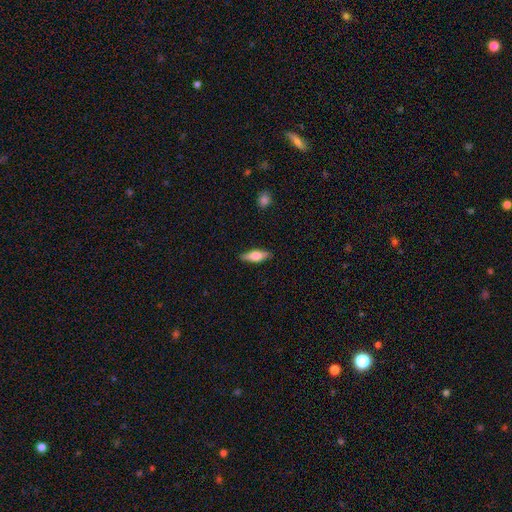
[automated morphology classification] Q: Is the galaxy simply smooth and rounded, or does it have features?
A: smooth — 56%.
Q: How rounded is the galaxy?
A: in between — 59%.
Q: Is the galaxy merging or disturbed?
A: none — 86%.